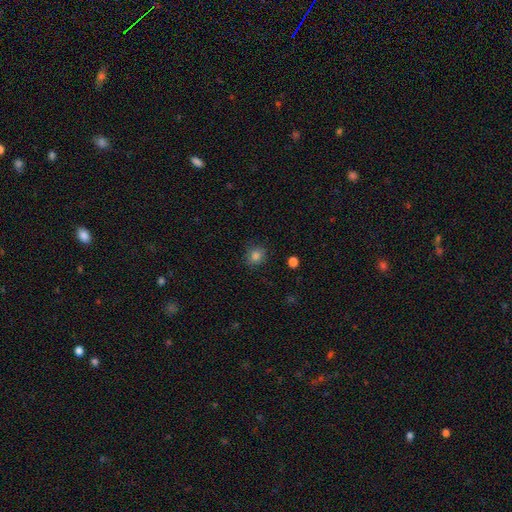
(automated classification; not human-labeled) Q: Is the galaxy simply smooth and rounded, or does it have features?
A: smooth — 83%.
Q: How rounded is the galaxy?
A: round — 71%.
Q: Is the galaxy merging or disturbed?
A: none — 84%.